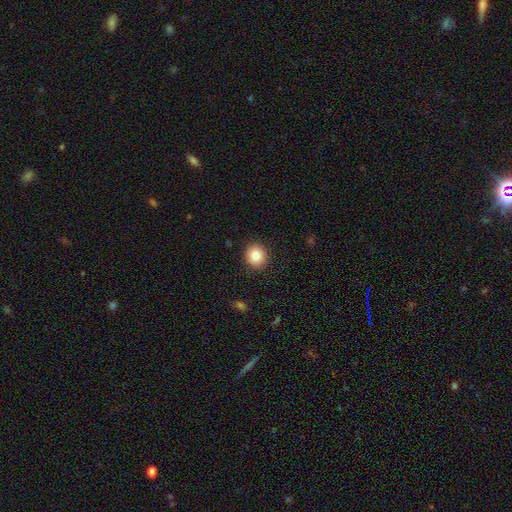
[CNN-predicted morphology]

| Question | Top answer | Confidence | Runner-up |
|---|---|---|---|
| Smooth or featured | smooth | 82% | star or artifact (9%) |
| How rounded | round | 85% | in between (14%) |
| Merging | none | 91% | minor disturbance (6%) |